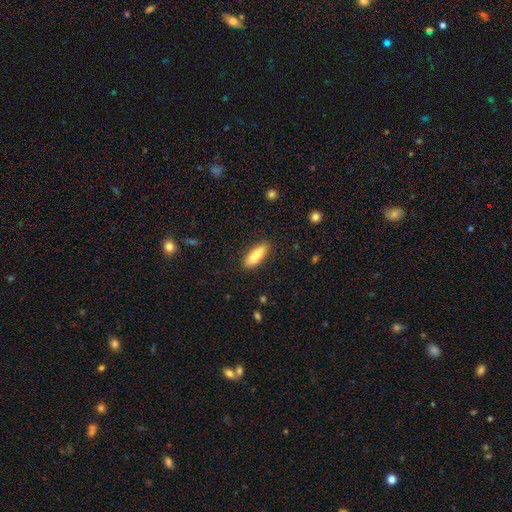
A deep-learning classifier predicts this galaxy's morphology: A smooth galaxy with no disk features (84%) that is in between round and cigar-shaped (50%).

Vote fractions:
- Smooth or featured? smooth: 84% / featured or disk: 10% / star or artifact: 6%
- How rounded? in between: 50% / cigar-shaped: 48% / round: 2%
- Merging? none: 83% / minor disturbance: 12% / major disturbance: 3% / merger: 2%